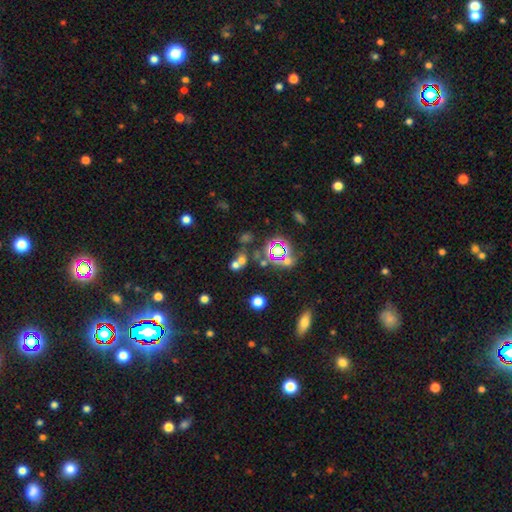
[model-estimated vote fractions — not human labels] smooth-or-featured: star or artifact: 64% | smooth: 24% | featured or disk: 12%